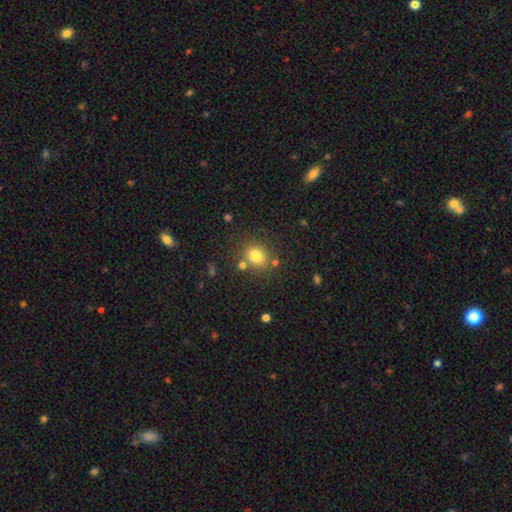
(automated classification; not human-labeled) Smooth or featured?
  - smooth: 79% *
  - star or artifact: 13%
  - featured or disk: 9%
How rounded?
  - round: 58% *
  - in between: 41%
  - cigar-shaped: 1%
Merging?
  - none: 73% *
  - minor disturbance: 12%
  - merger: 10%
  - major disturbance: 4%